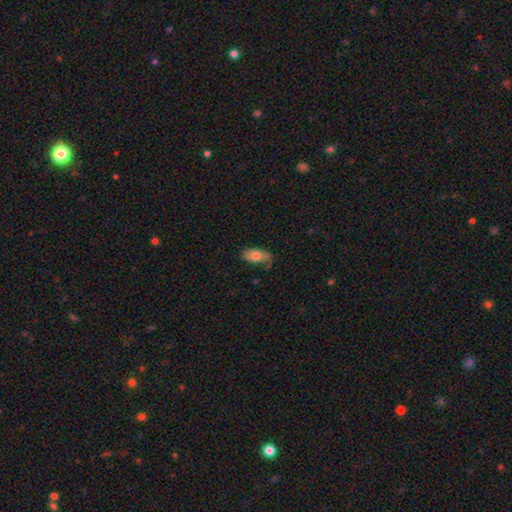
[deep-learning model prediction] Overall: smooth (70%). How rounded: in between (91%). Merging: none (56%; minor disturbance 30%).